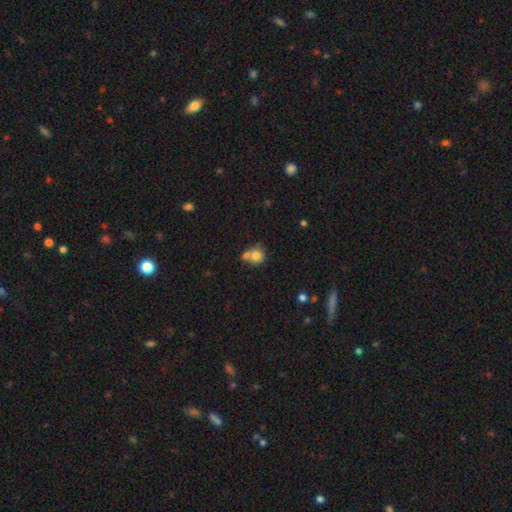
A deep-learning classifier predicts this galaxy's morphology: Overall: smooth (79%). How rounded: round (84%). Merging: none (43%, tied with merger).